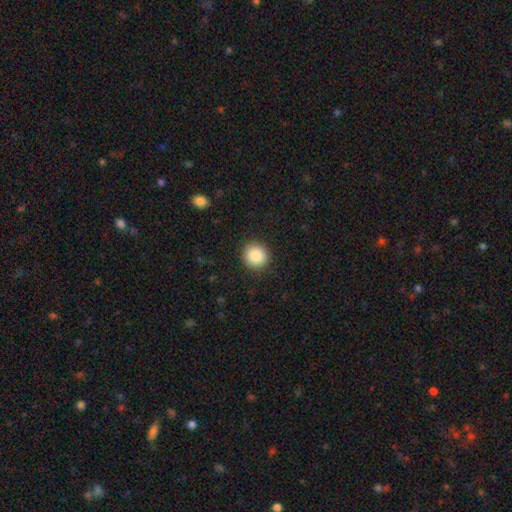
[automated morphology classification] Overall: smooth (88%). How rounded: round (92%). Merging: none (91%).